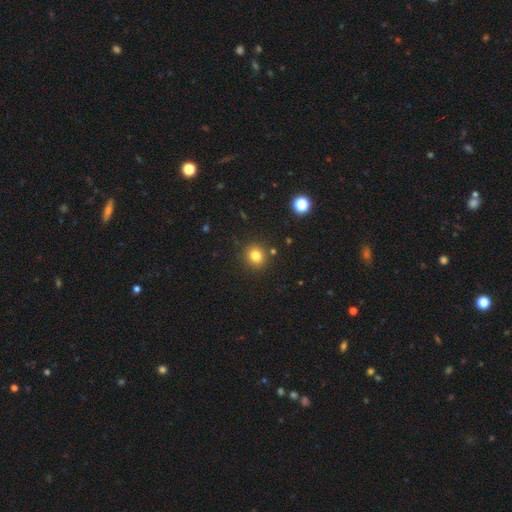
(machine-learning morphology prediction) smooth 80%, star or artifact 13%, featured or disk 6%. Down the decision tree: how rounded — round (84%); merging — none (87%).